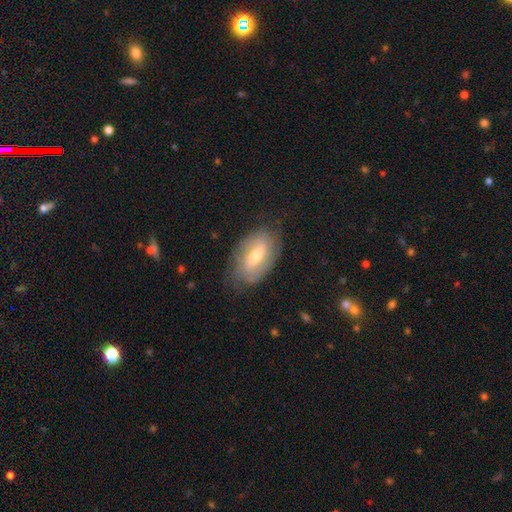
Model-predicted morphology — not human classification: type=featured or disk (65%); edge-on=no (92%); bar=weak (44%); spiral arms=yes (78%); bulge=moderate (61%); merging=none (75%).